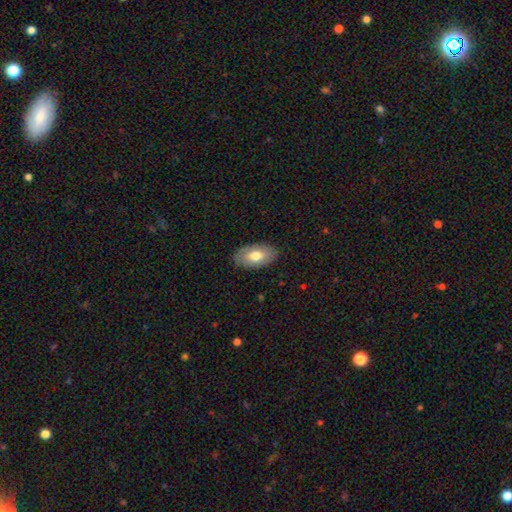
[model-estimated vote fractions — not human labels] Q: Smooth or featured?
A: smooth (66%); runner-up: featured or disk (28%)
Q: How rounded?
A: in between (94%); runner-up: round (4%)
Q: Merging?
A: none (84%); runner-up: minor disturbance (12%)